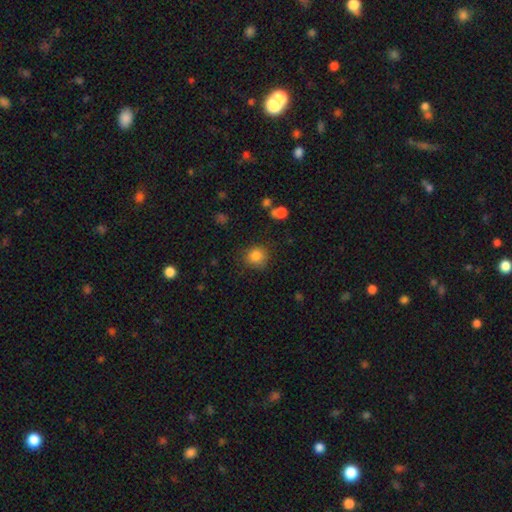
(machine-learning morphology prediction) Q: Smooth or featured?
A: smooth (85%); runner-up: star or artifact (11%)
Q: How rounded?
A: round (86%); runner-up: in between (13%)
Q: Merging?
A: none (79%); runner-up: minor disturbance (15%)